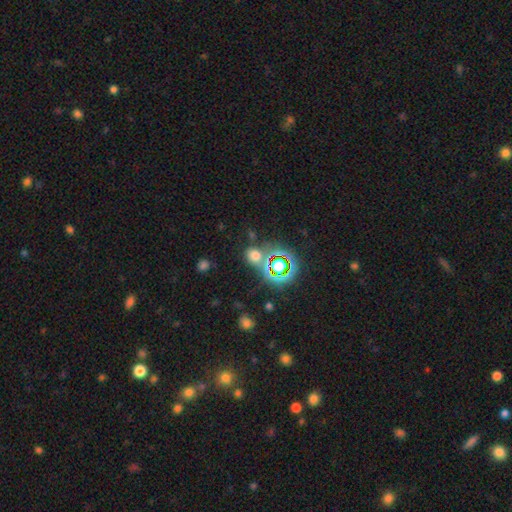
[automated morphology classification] Q: Smooth or featured?
A: smooth (55%); runner-up: star or artifact (38%)
Q: How rounded?
A: round (70%); runner-up: in between (29%)
Q: Merging?
A: none (70%); runner-up: merger (12%)